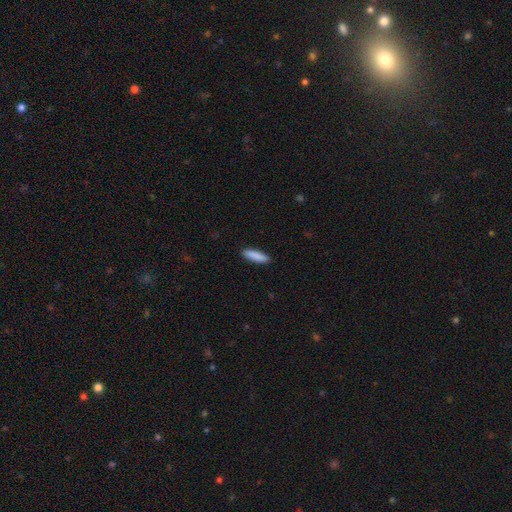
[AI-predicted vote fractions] Q: Smooth or featured?
A: smooth (89%); runner-up: star or artifact (6%)
Q: How rounded?
A: cigar-shaped (59%); runner-up: in between (39%)
Q: Merging?
A: none (90%); runner-up: minor disturbance (7%)